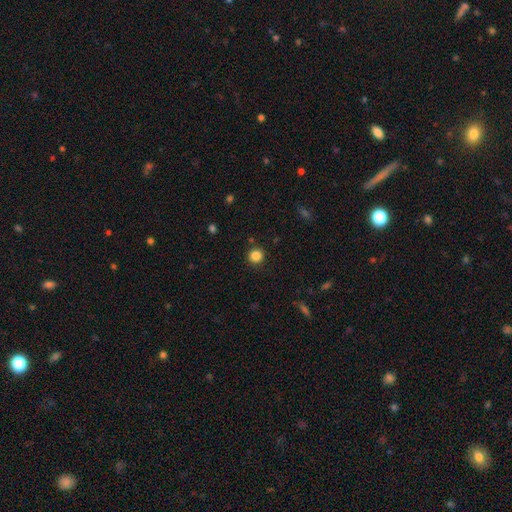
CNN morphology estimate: The model was most divided on "smooth or featured": smooth: 85%, star or artifact: 11%, featured or disk: 4%. More confident: how rounded — round (93%); merging — none (89%).